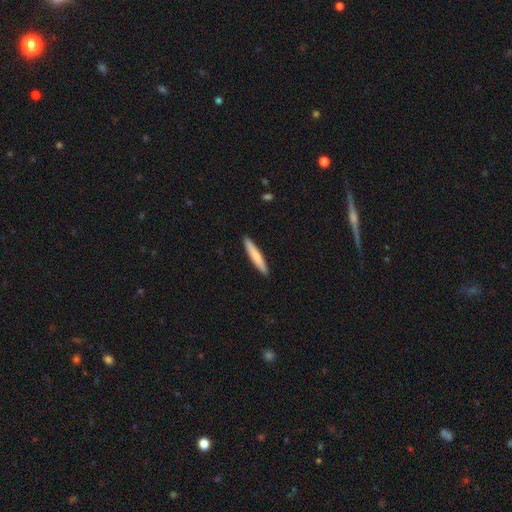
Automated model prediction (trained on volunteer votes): A smooth galaxy with no disk features (75%) that is cigar-shaped (94%).

Vote fractions:
- Smooth or featured? smooth: 75% / featured or disk: 20% / star or artifact: 5%
- How rounded? cigar-shaped: 94% / in between: 5% / round: 1%
- Merging? none: 92% / minor disturbance: 6% / major disturbance: 1% / merger: 1%